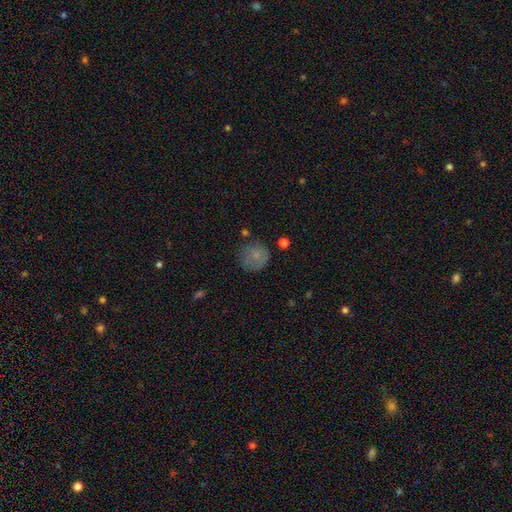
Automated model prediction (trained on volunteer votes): smooth_or_featured: smooth (p=0.75) [alt: featured or disk p=0.14]
how_rounded: round (p=0.87) [alt: in between p=0.12]
merging: none (p=0.61) [alt: minor disturbance p=0.24]